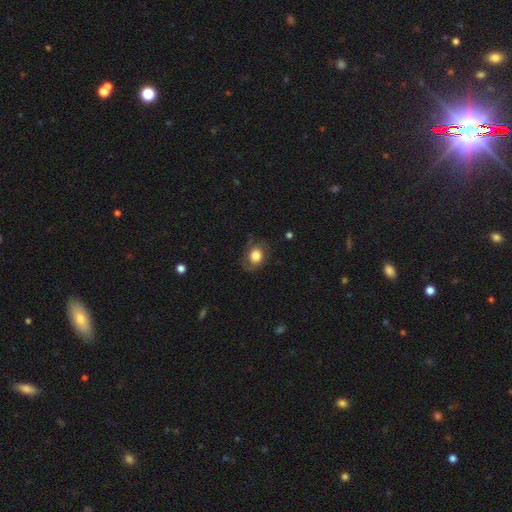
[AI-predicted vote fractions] Q: Smooth or featured?
A: smooth (72%); runner-up: featured or disk (19%)
Q: How rounded?
A: round (51%); runner-up: in between (48%)
Q: Merging?
A: none (63%); runner-up: minor disturbance (24%)